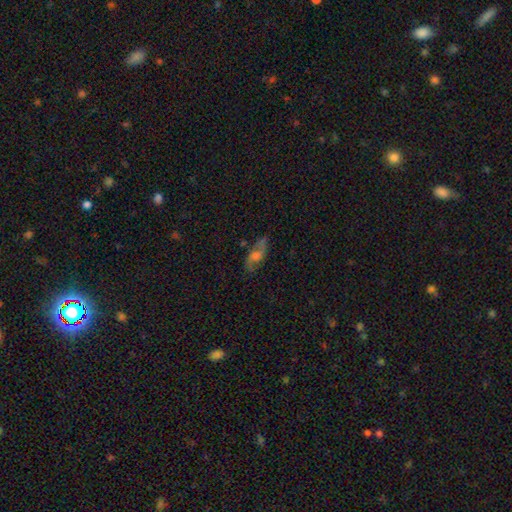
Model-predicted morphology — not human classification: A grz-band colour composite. It shows a featured or disk galaxy (65%) with no bar (52%), spiral arms (87%) and a moderate central bulge (39%). Merging: none (72%).